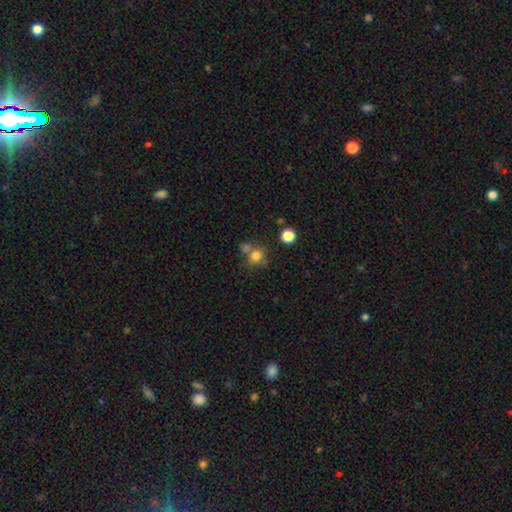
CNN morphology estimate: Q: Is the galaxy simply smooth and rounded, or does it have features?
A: smooth — 77%.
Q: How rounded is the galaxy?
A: round — 87%.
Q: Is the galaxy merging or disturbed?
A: none — 58%.